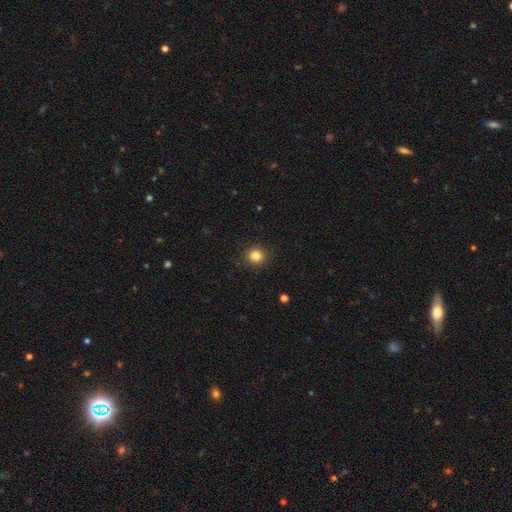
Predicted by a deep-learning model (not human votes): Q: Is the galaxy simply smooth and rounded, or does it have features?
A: smooth — 83%.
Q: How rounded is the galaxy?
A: round — 88%.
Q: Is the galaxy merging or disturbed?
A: none — 90%.